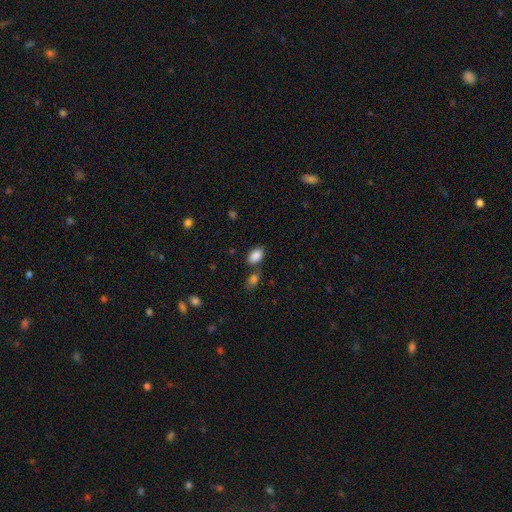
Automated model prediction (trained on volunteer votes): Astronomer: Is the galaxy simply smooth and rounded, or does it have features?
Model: smooth — 88%.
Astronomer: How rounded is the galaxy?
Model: in between — 88%.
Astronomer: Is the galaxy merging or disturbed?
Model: none — 68%.